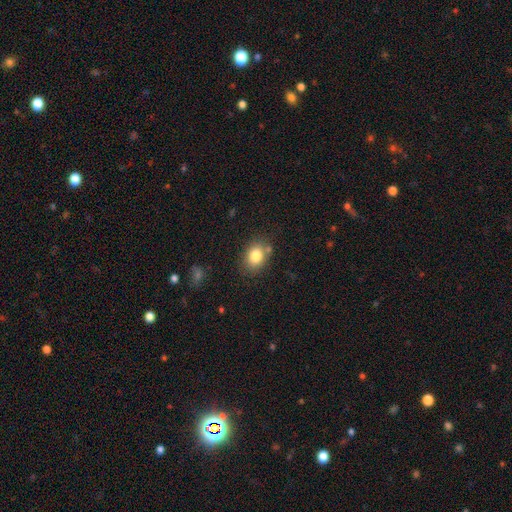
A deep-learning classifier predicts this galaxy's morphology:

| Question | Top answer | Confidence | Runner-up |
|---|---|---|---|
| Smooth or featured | smooth | 82% | star or artifact (9%) |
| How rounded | in between | 63% | round (36%) |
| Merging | none | 74% | minor disturbance (15%) |